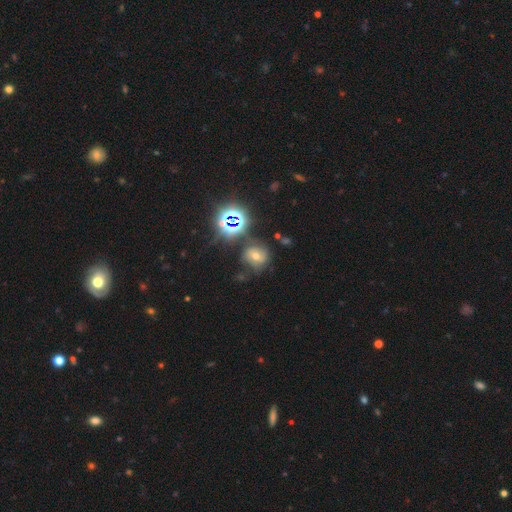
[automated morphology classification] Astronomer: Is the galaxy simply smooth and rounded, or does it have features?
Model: star or artifact — 40% (runner-up: featured or disk, 31%).